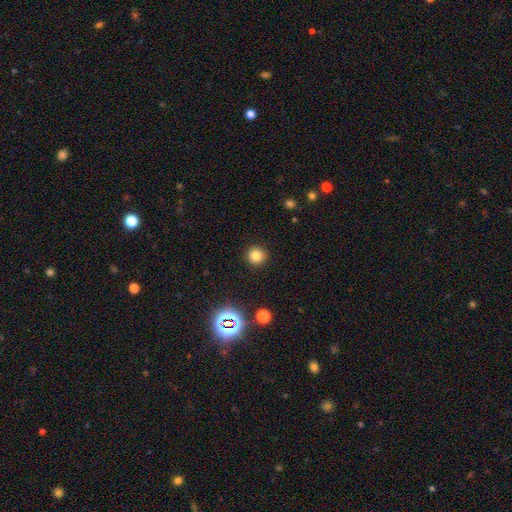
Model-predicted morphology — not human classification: smooth_or_featured: smooth (p=0.79) [alt: star or artifact p=0.15]
how_rounded: round (p=0.93) [alt: in between p=0.06]
merging: none (p=0.91) [alt: minor disturbance p=0.06]